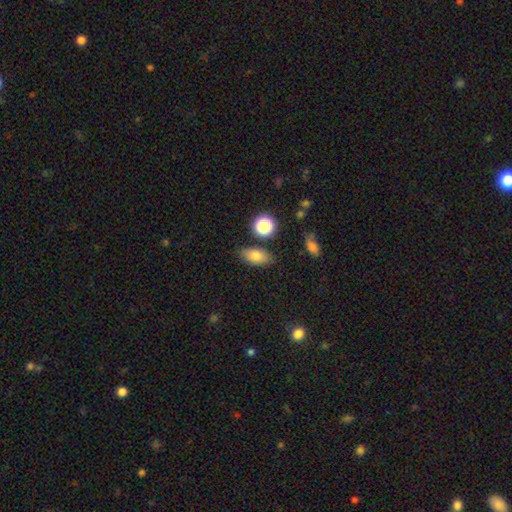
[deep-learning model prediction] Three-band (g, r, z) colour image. It shows a smooth galaxy with no disk features (77%) that is in between round and cigar-shaped (83%). Merging: none (82%).